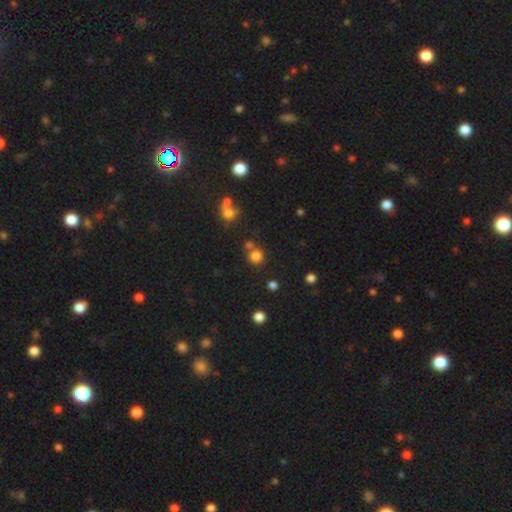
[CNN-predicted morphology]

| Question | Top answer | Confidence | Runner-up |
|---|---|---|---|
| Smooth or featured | smooth | 78% | star or artifact (16%) |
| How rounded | round | 91% | in between (8%) |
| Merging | none | 69% | merger (19%) |